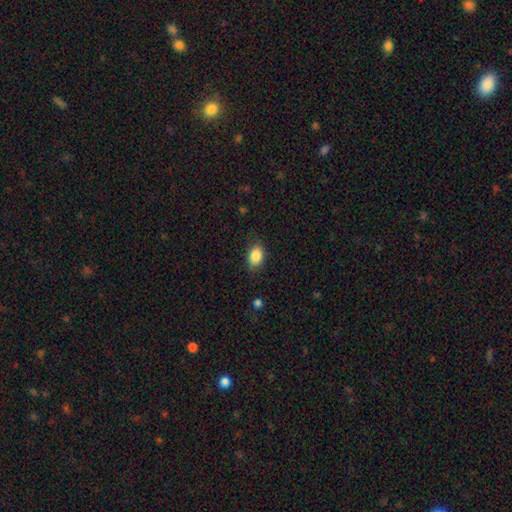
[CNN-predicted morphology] type=smooth (86%); roundness=in between (81%); merging=none (83%).